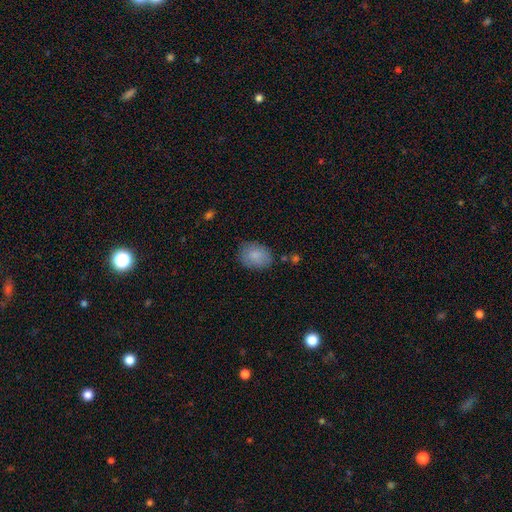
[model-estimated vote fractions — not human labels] Smooth or featured?
  - smooth: 84% *
  - featured or disk: 9%
  - star or artifact: 7%
How rounded?
  - in between: 65% *
  - round: 34%
  - cigar-shaped: 1%
Merging?
  - none: 77% *
  - minor disturbance: 16%
  - major disturbance: 4%
  - merger: 2%